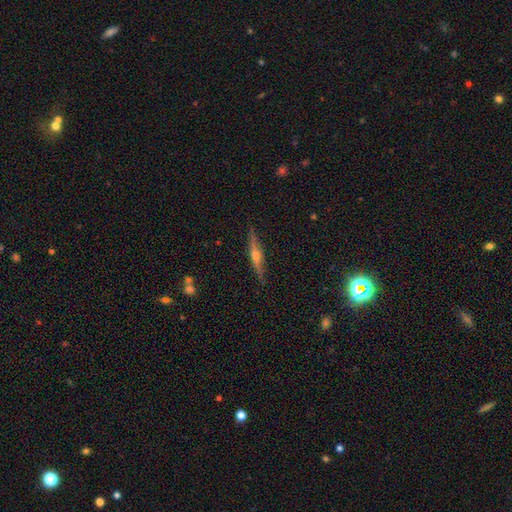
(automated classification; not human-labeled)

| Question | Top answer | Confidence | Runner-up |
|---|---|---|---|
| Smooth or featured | featured or disk | 76% | smooth (17%) |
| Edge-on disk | yes | 97% | no (3%) |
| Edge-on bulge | rounded | 89% | none (6%) |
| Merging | none | 89% | minor disturbance (8%) |